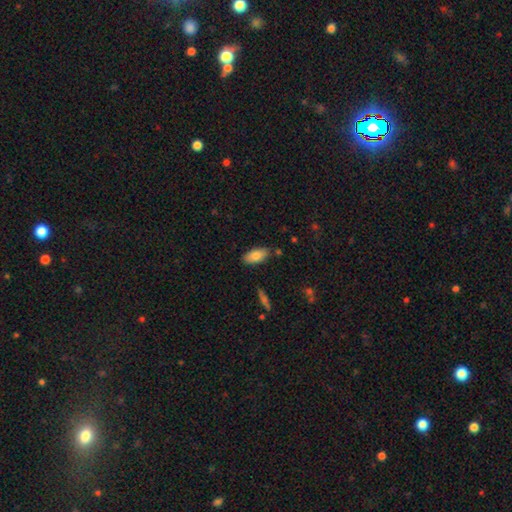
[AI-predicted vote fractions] Smooth or featured? Predicted: smooth (p=0.83). How rounded? Predicted: in between (p=0.91). Merging? Predicted: none (p=0.82).